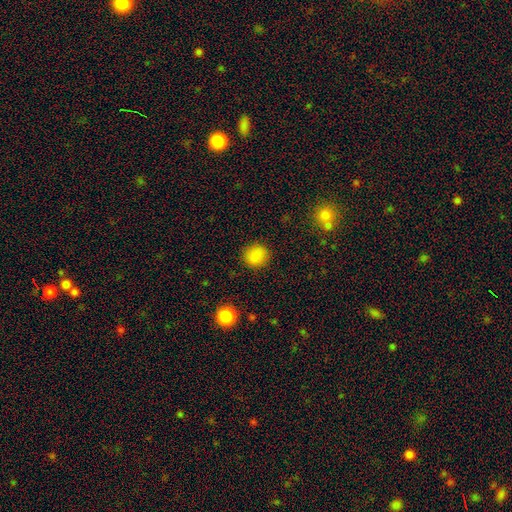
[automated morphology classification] Q: Smooth or featured?
A: smooth (86%); runner-up: star or artifact (11%)
Q: How rounded?
A: round (85%); runner-up: in between (14%)
Q: Merging?
A: none (88%); runner-up: minor disturbance (8%)